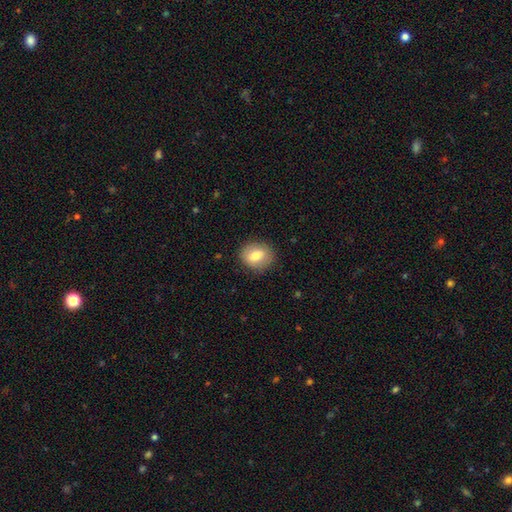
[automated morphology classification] This appears to be a smooth galaxy with no disk features (76%) that is round (63%). Merging: none (86%).